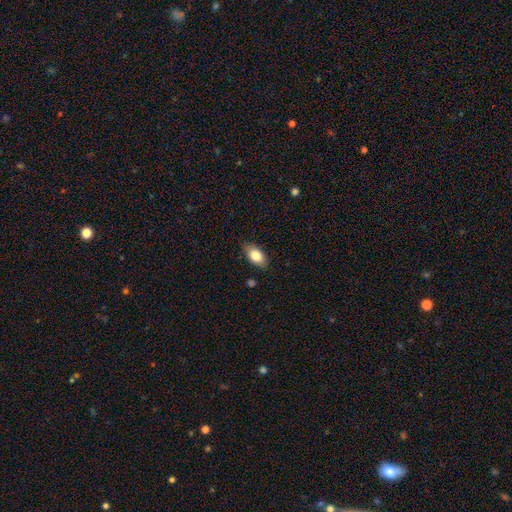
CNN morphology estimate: A smooth galaxy with no disk features (81%) that is in between round and cigar-shaped (91%).

Vote fractions:
- Smooth or featured? smooth: 81% / featured or disk: 12% / star or artifact: 7%
- How rounded? in between: 91% / round: 5% / cigar-shaped: 4%
- Merging? none: 83% / minor disturbance: 14% / major disturbance: 3% / merger: 1%